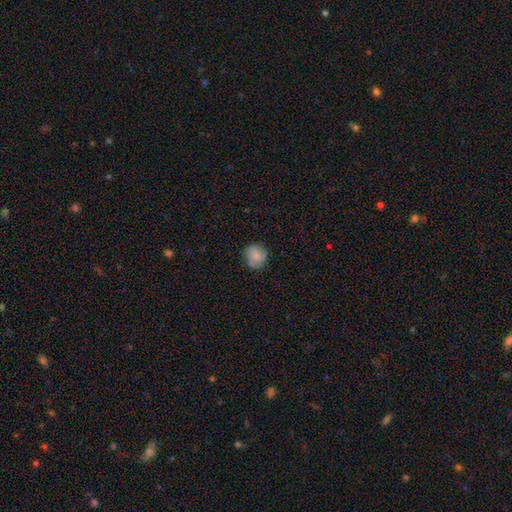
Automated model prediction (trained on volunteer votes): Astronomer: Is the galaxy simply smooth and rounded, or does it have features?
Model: smooth — 70%.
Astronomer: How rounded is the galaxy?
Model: round — 84%.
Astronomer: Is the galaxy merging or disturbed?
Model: none — 74%.